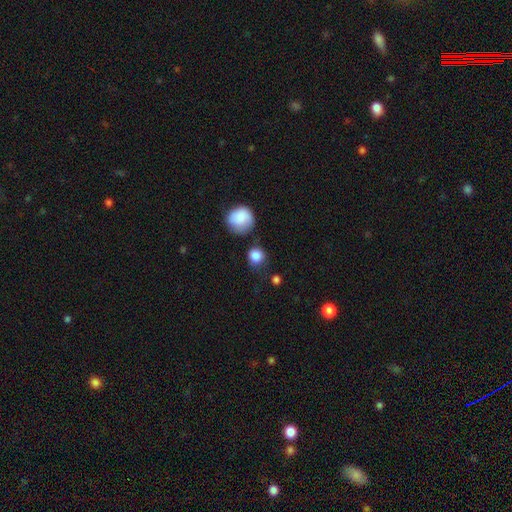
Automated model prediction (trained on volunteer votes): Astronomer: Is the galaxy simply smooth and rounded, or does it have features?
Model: smooth — 86%.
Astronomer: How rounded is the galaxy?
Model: round — 86%.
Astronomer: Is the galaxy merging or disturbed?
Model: none — 69%.